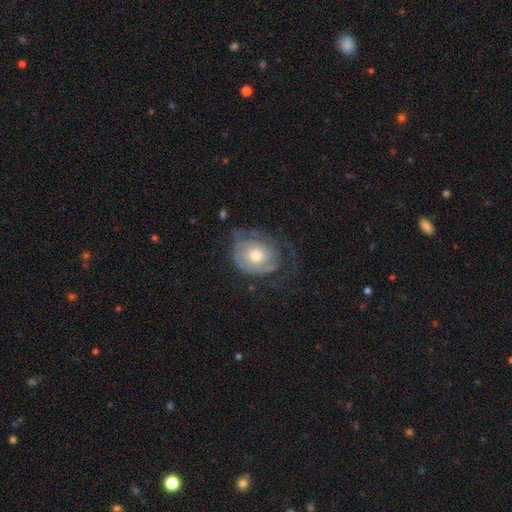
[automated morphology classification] Smooth or featured? Predicted: featured or disk (p=0.66). Edge-on disk? Predicted: no (p=0.96). Bar? Predicted: no (p=0.82). Spiral arms? Predicted: yes (p=0.73). Bulge size? Predicted: moderate (p=0.63). Merging? Predicted: none (p=0.47).